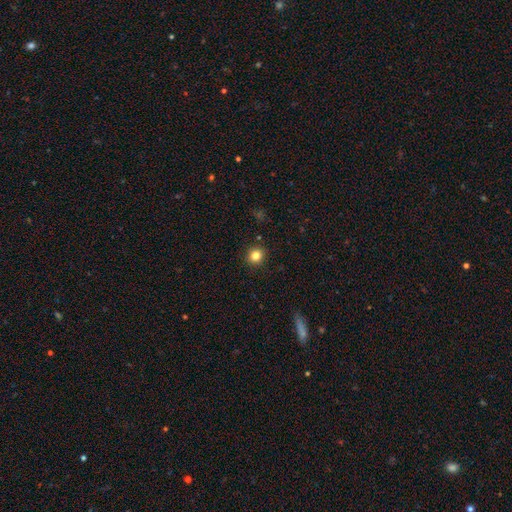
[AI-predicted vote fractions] smooth_or_featured: smooth (p=0.82) [alt: star or artifact p=0.12]
how_rounded: round (p=0.90) [alt: in between p=0.09]
merging: none (p=0.91) [alt: minor disturbance p=0.06]